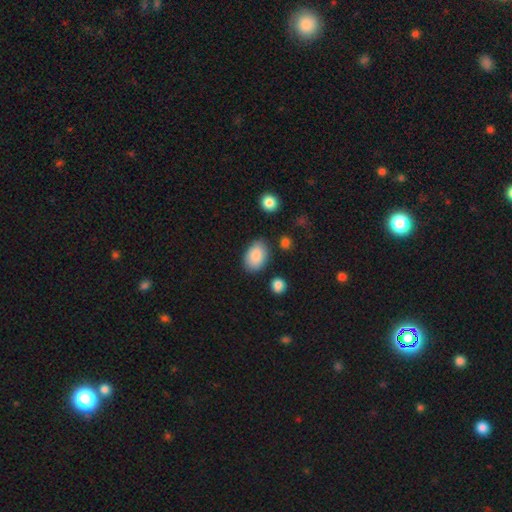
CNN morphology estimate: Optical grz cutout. It shows a smooth galaxy with no disk features (87%) that is in between round and cigar-shaped (87%). Merging: none (81%).